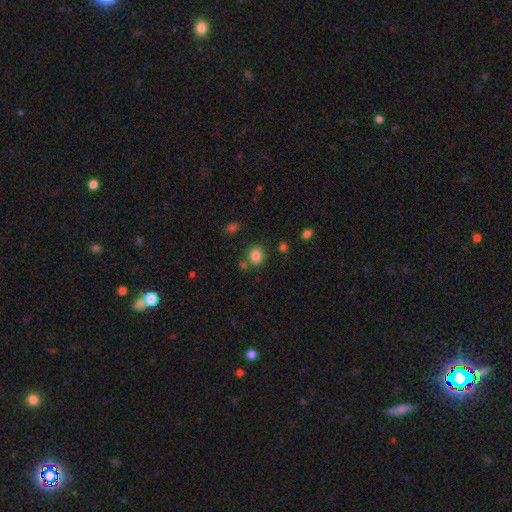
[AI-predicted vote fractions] smooth 84%, star or artifact 11%, featured or disk 5%. Down the decision tree: how rounded — round (83%); merging — none (77%).